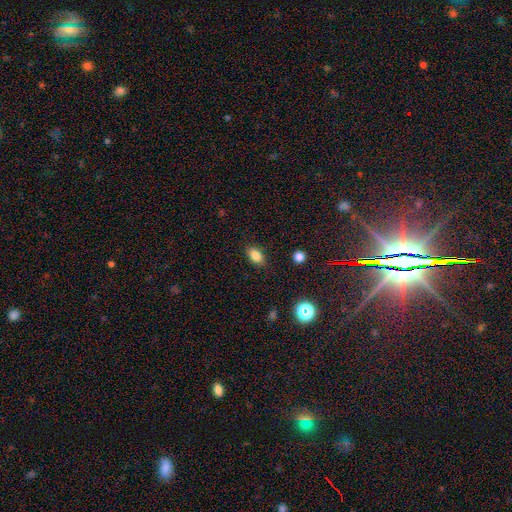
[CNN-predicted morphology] Smooth or featured: smooth — 83% (star or artifact — 11%)
How rounded: in between — 87% (round — 10%)
Merging: none — 86% (minor disturbance — 10%)